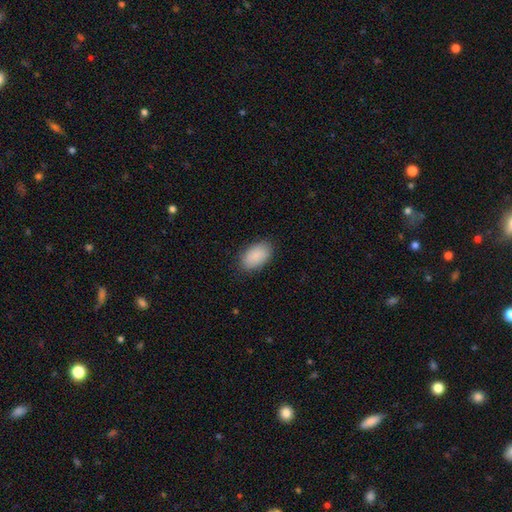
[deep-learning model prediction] Smooth or featured? smooth (90%)
How rounded? in between (94%)
Merging? none (85%)